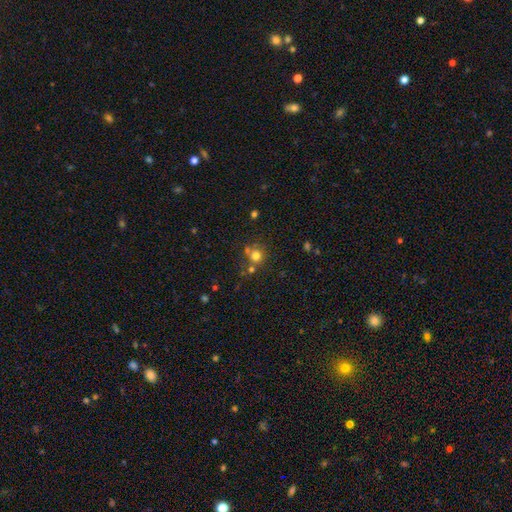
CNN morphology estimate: Smooth or featured? smooth (74%)
How rounded? round (89%)
Merging? none (63%)